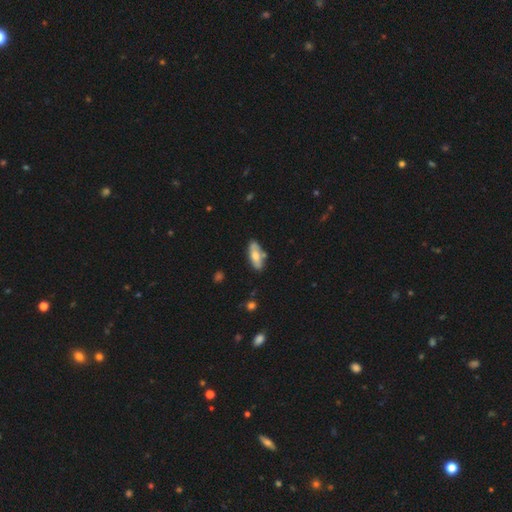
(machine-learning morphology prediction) The model was most divided on "smooth or featured": smooth: 62%, featured or disk: 32%, star or artifact: 6%. More confident: how rounded — in between (74%); merging — none (73%).